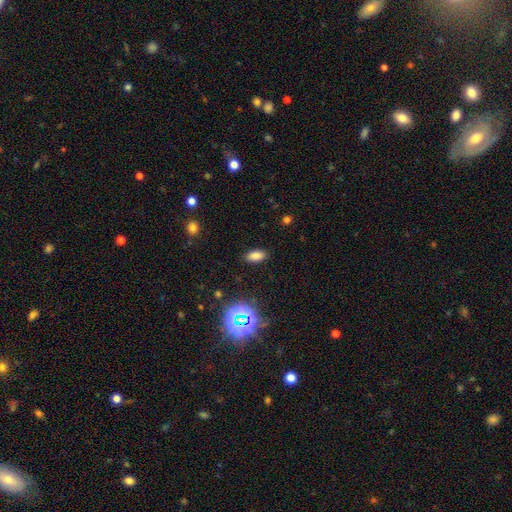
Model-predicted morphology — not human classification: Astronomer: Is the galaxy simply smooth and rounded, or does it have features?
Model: smooth — 76%.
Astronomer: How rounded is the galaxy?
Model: in between — 88%.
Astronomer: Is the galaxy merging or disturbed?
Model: none — 88%.